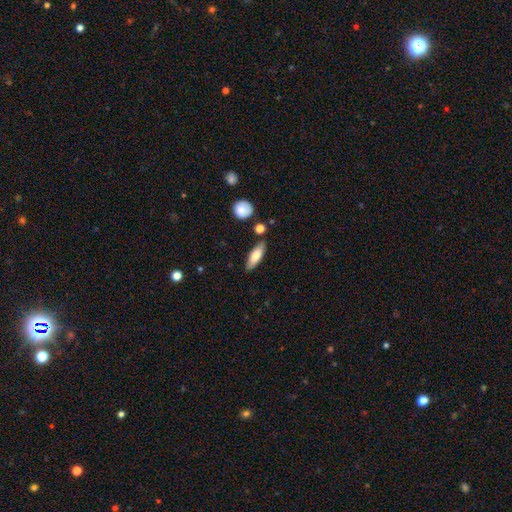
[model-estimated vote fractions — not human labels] Morphology: type=smooth (72%); roundness=in between (58%); merging=none (83%).